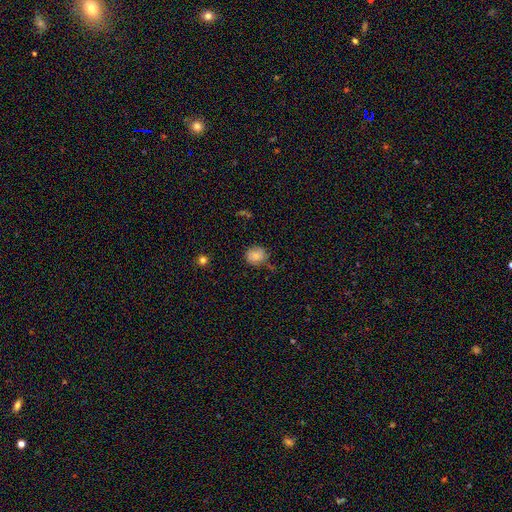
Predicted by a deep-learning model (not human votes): Smooth or featured: smooth — 75% (featured or disk — 14%)
How rounded: round — 81% (in between — 18%)
Merging: none — 70% (minor disturbance — 23%)